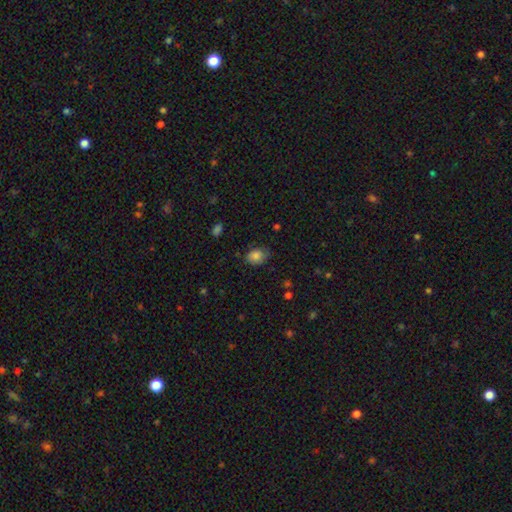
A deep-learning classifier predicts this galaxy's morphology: smooth_or_featured: smooth (p=0.83) [alt: star or artifact p=0.09]
how_rounded: in between (p=0.67) [alt: round p=0.32]
merging: none (p=0.68) [alt: minor disturbance p=0.25]